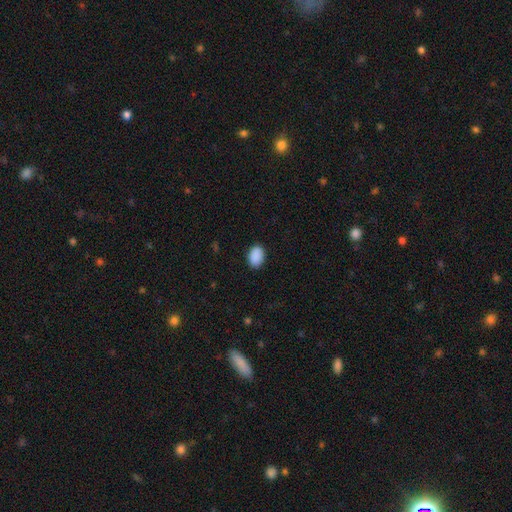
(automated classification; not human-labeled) A smooth galaxy with no disk features (91%) that is in between round and cigar-shaped (84%).

Vote fractions:
- Smooth or featured? smooth: 91% / star or artifact: 7% / featured or disk: 2%
- How rounded? in between: 84% / round: 15% / cigar-shaped: 1%
- Merging? none: 89% / minor disturbance: 8% / major disturbance: 2% / merger: 1%